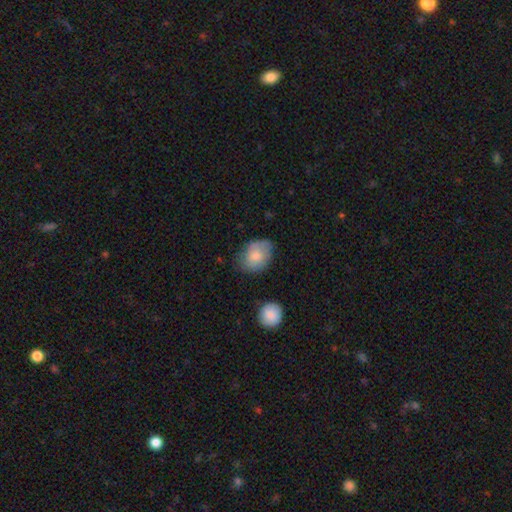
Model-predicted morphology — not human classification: Q: Smooth or featured?
A: smooth (73%); runner-up: featured or disk (20%)
Q: How rounded?
A: in between (67%); runner-up: round (32%)
Q: Merging?
A: none (62%); runner-up: minor disturbance (28%)